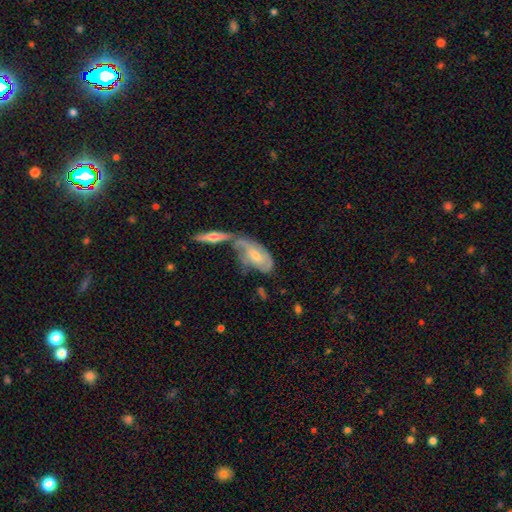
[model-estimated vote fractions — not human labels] smooth-or-featured: featured or disk: 63% | smooth: 31% | star or artifact: 6%
  disk-edge-on: no: 82% | yes: 18%
    bar: no: 63% | weak: 30% | strong: 7%
    has-spiral-arms: yes: 74% | no: 26%
    bulge-size: moderate: 49% | small: 44% | large: 3% | none: 2% | dominant: 1%
  merging: merger: 50% | none: 24% | minor disturbance: 16% | major disturbance: 11%